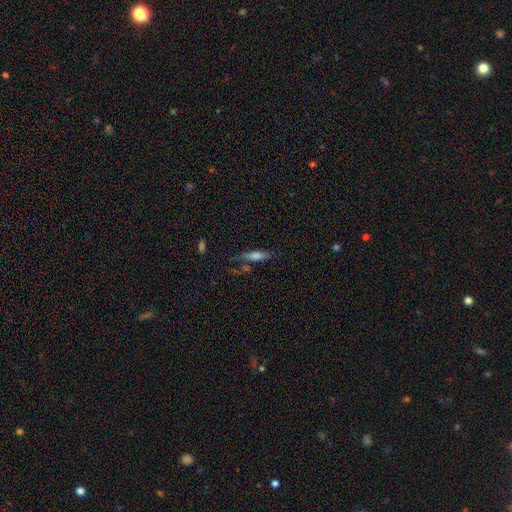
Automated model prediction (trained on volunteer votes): Smooth or featured?
  - smooth: 58% *
  - featured or disk: 29%
  - star or artifact: 13%
How rounded?
  - cigar-shaped: 61% *
  - in between: 35%
  - round: 4%
Merging?
  - none: 57% *
  - minor disturbance: 21%
  - major disturbance: 12%
  - merger: 10%